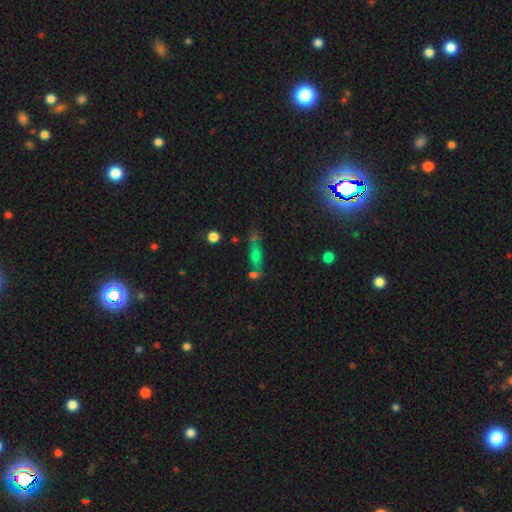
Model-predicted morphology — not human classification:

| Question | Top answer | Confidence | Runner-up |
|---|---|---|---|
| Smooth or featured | smooth | 63% | star or artifact (20%) |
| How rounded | in between | 53% | cigar-shaped (39%) |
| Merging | none | 47% | merger (27%) |